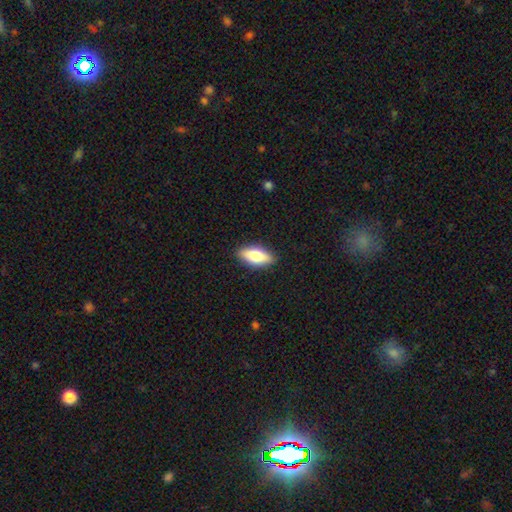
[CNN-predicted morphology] smooth-or-featured: smooth: 68% | featured or disk: 25% | star or artifact: 7%
  how-rounded: in between: 76% | cigar-shaped: 21% | round: 3%
  merging: none: 88% | minor disturbance: 9% | major disturbance: 2% | merger: 1%